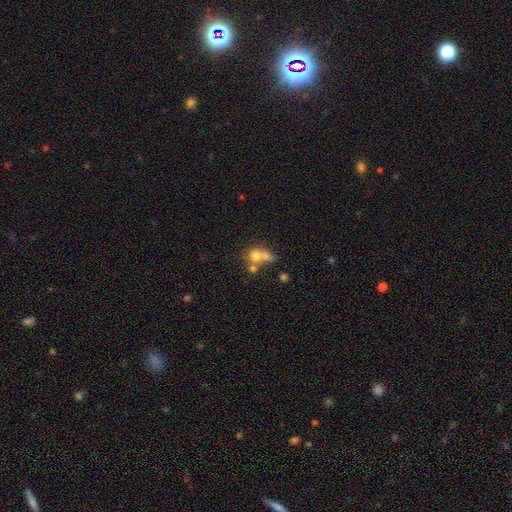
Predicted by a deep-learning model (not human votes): smooth 68%, featured or disk 20%, star or artifact 12%. Down the decision tree: how rounded — round (72%); merging — merger (55%).